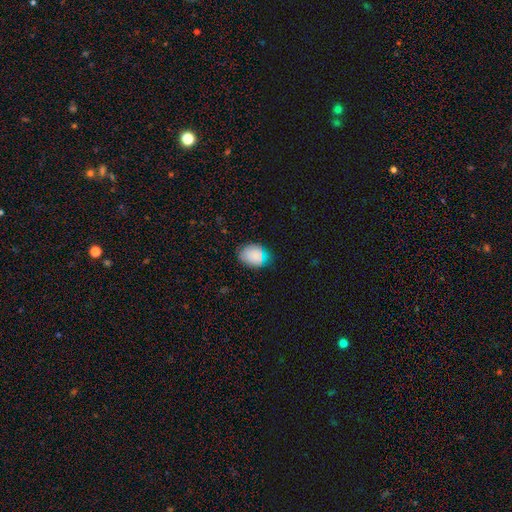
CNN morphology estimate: smooth 78%, star or artifact 15%, featured or disk 7%. Down the decision tree: how rounded — in between (71%); merging — none (81%).